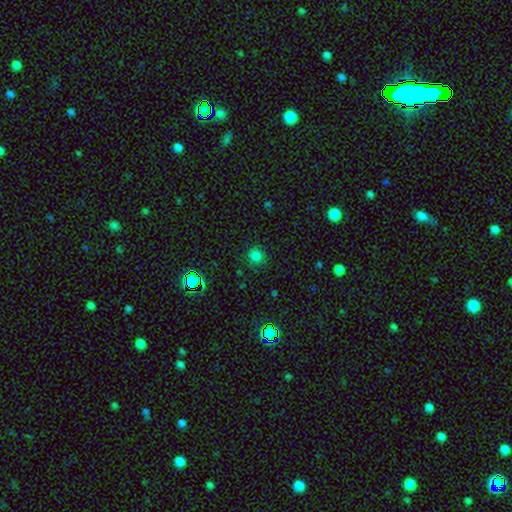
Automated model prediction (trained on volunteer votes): Morphology: type=smooth (76%); roundness=round (92%); merging=none (86%).